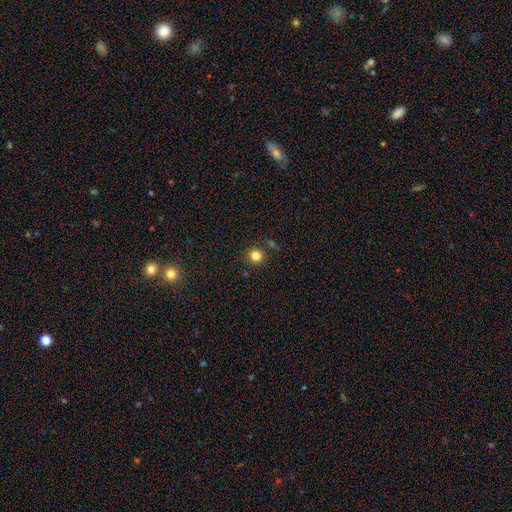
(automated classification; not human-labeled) This appears to be a smooth galaxy with no disk features (82%) that is round (94%). Merging: none (88%).